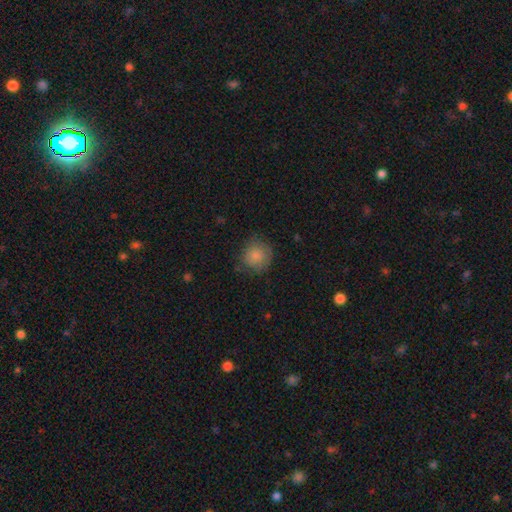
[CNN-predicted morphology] Smooth or featured: smooth — 80% (featured or disk — 12%)
How rounded: round — 89% (in between — 10%)
Merging: none — 72% (minor disturbance — 20%)